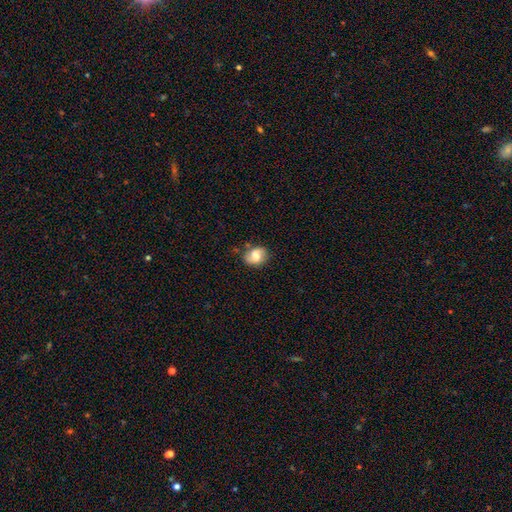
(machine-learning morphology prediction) This appears to be a smooth galaxy with no disk features (63%) that is in between round and cigar-shaped (53%). Merging: none (71%).